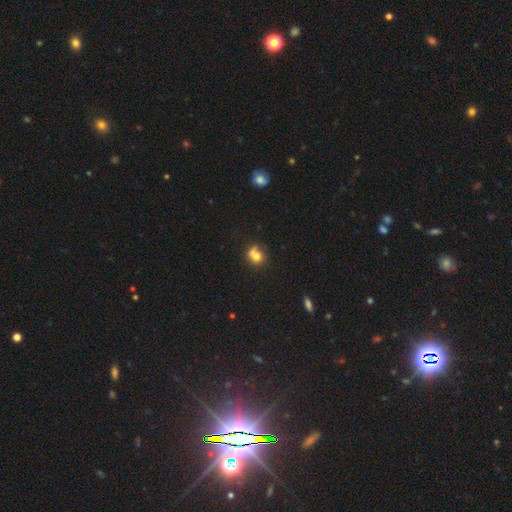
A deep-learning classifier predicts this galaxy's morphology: smooth_or_featured: smooth (p=0.72) [alt: featured or disk p=0.16]
how_rounded: round (p=0.70) [alt: in between p=0.28]
merging: none (p=0.39) [alt: merger p=0.35]